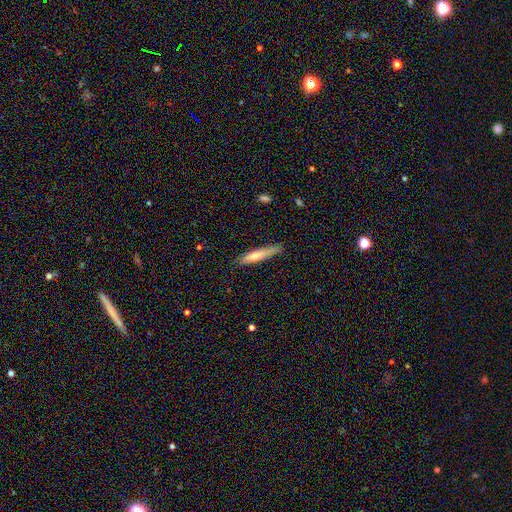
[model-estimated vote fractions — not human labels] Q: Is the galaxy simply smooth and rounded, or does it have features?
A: smooth — 69%.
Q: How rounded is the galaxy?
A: cigar-shaped — 89%.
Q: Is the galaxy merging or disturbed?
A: none — 74%.